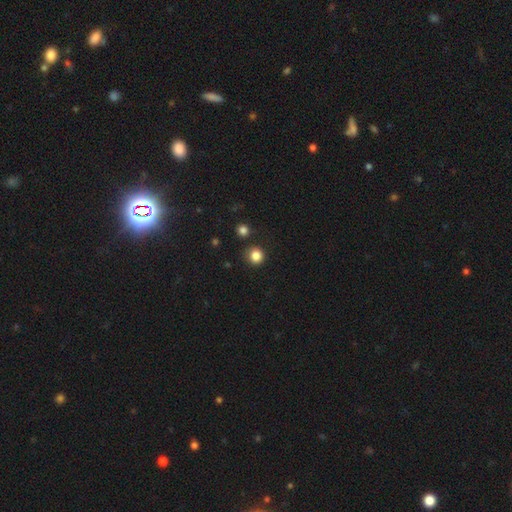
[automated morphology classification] A smooth galaxy with no disk features (84%) that is round (92%). Merging: none (84%).